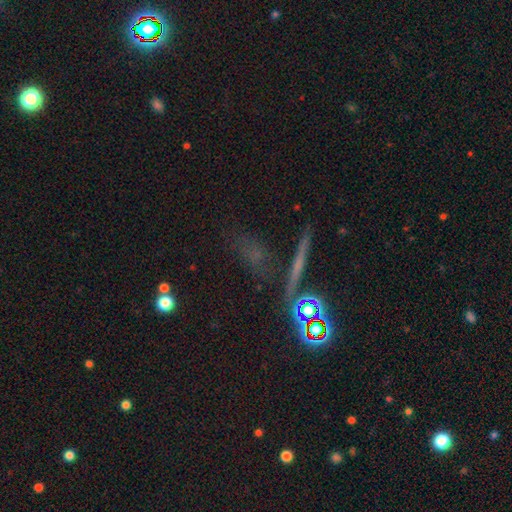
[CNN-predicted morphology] Smooth or featured?
  - star or artifact: 39% *
  - smooth: 36%
  - featured or disk: 25%